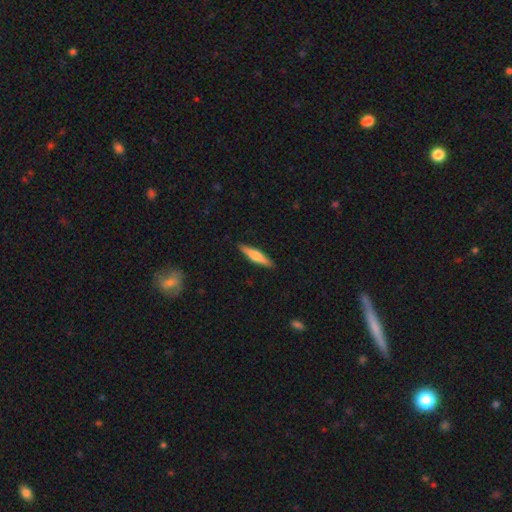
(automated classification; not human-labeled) A smooth galaxy with no disk features (53%) that is cigar-shaped (84%).

Vote fractions:
- Smooth or featured? smooth: 53% / featured or disk: 41% / star or artifact: 6%
- How rounded? cigar-shaped: 84% / in between: 15% / round: 2%
- Merging? none: 90% / minor disturbance: 7% / major disturbance: 2% / merger: 1%